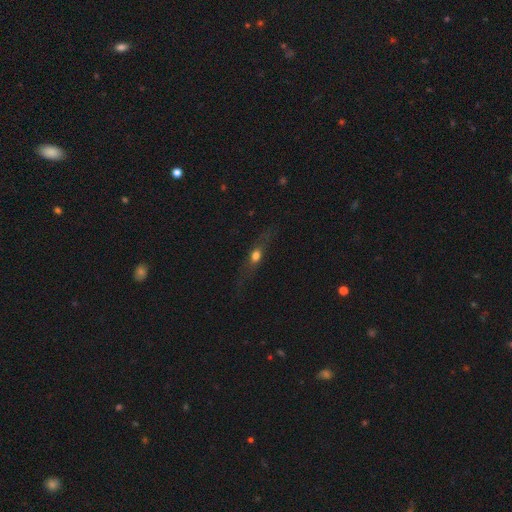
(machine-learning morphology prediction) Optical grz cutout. It shows a featured or disk galaxy (45%). Merging: none (74%).